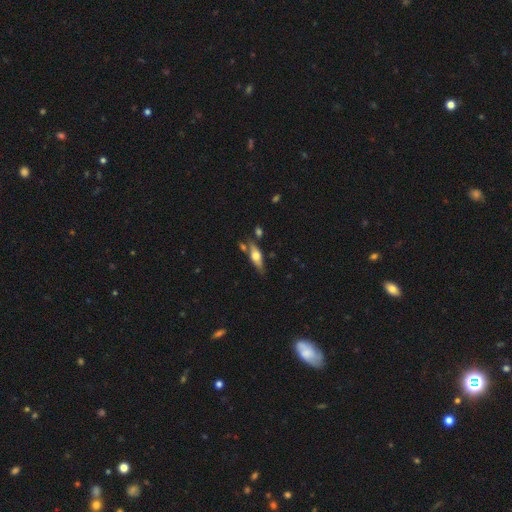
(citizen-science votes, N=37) Q: Smooth or featured?
A: featured or disk (65%); runner-up: smooth (32%)
Q: Edge-on disk?
A: yes (92%); runner-up: no (8%)
Q: Edge-on bulge?
A: rounded (95%); runner-up: boxy (5%)
Q: Merging?
A: none (58%); runner-up: merger (22%)